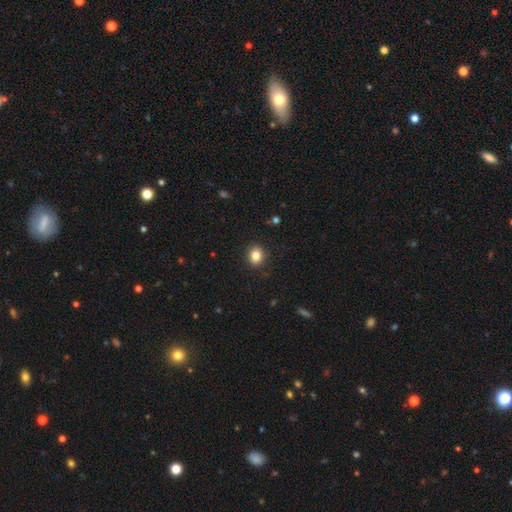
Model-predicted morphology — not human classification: smooth-or-featured: smooth: 83% | star or artifact: 10% | featured or disk: 6%
  how-rounded: round: 64% | in between: 35% | cigar-shaped: 1%
  merging: none: 90% | minor disturbance: 7% | major disturbance: 2% | merger: 1%